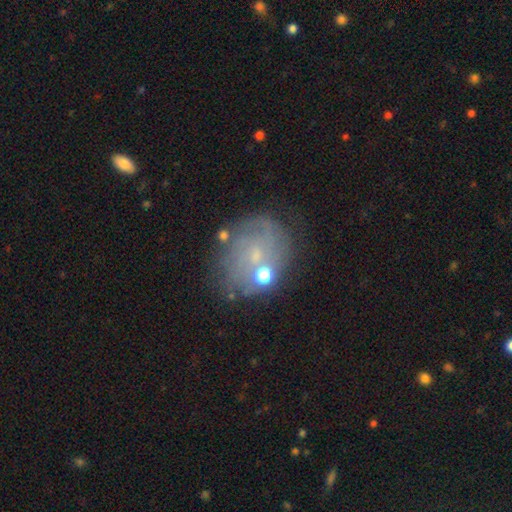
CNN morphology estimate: This is possibly a featured or disk galaxy (58%). It is clearly not viewed edge-on (97%). Bar: likely no (69%). Spiral arm pattern: likely yes (66%). Central bulge: likely small (66%). Merging: likely none (63%).